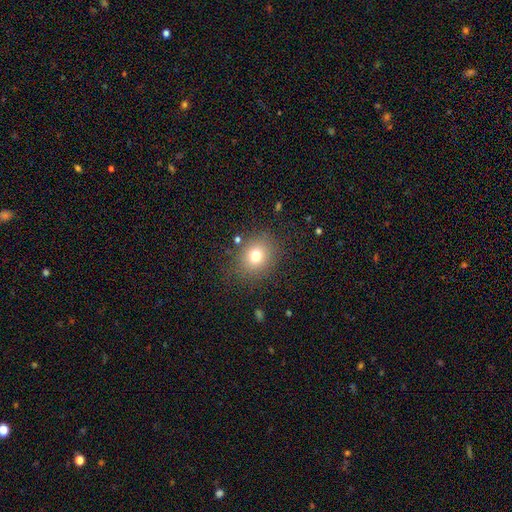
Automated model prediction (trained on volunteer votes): Smooth or featured? Predicted: smooth (p=0.74). How rounded? Predicted: round (p=0.70). Merging? Predicted: none (p=0.83).